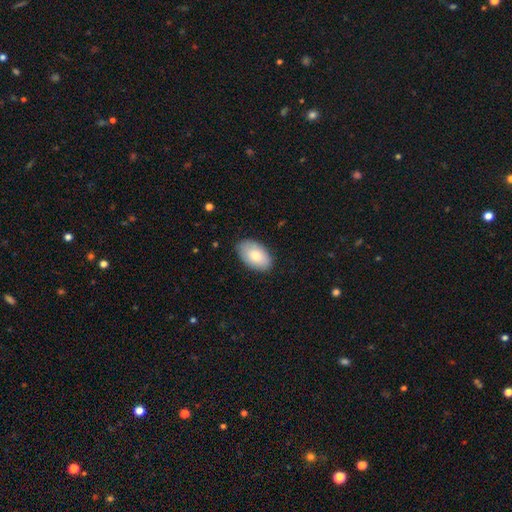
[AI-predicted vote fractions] smooth_or_featured: smooth (p=0.79) [alt: featured or disk p=0.16]
how_rounded: in between (p=0.94) [alt: round p=0.05]
merging: none (p=0.84) [alt: minor disturbance p=0.13]